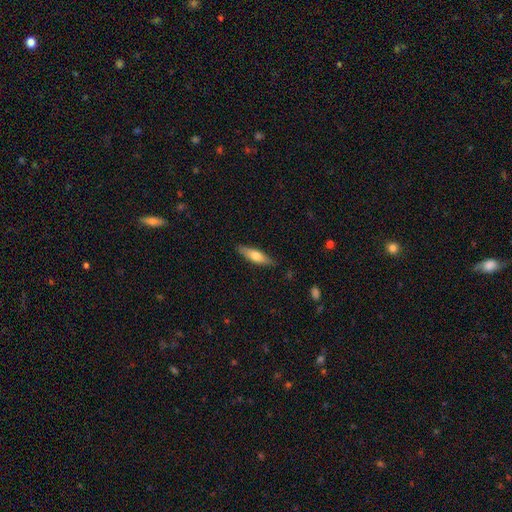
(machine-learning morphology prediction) A smooth galaxy with no disk features (60%) that is cigar-shaped (63%). Merging: none (85%).